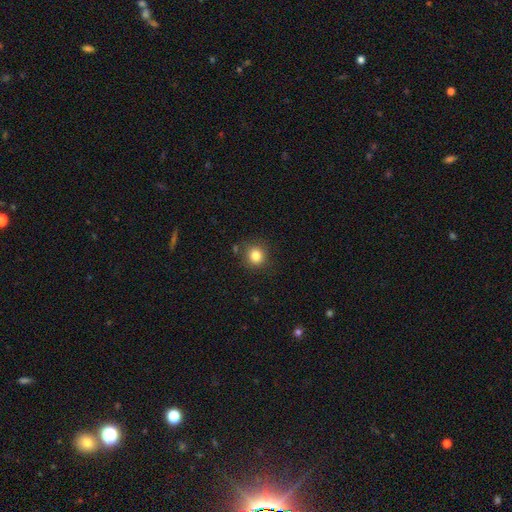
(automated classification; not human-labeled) Smooth or featured? Predicted: smooth (p=0.83). How rounded? Predicted: round (p=0.88). Merging? Predicted: none (p=0.84).